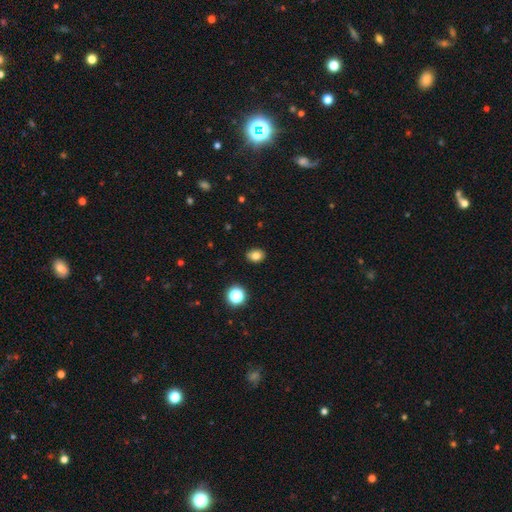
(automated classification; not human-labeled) Overall: smooth (80%). How rounded: in between (58%; round 41%). Merging: none (88%).